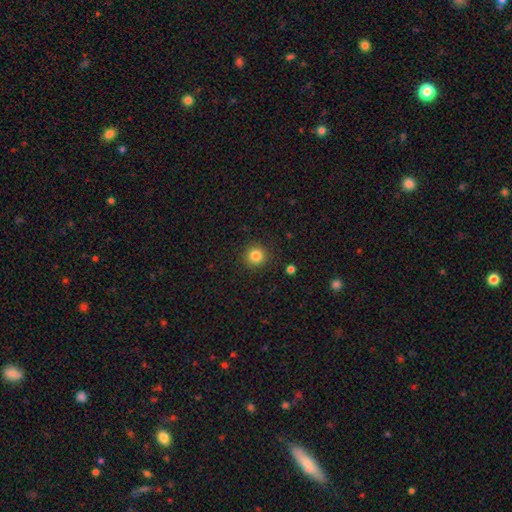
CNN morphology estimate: The model was most divided on "smooth or featured": smooth: 84%, star or artifact: 11%, featured or disk: 5%. More confident: how rounded — round (94%); merging — none (91%).